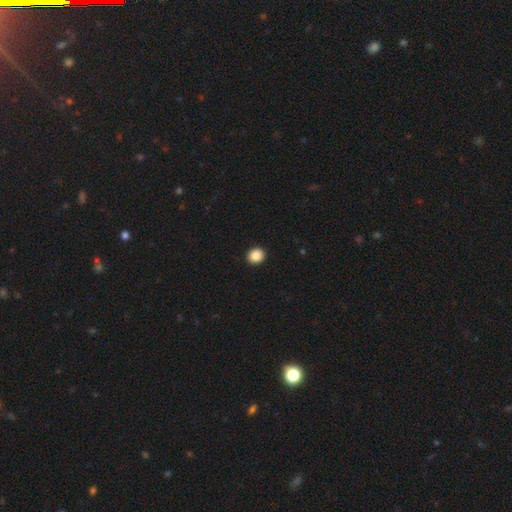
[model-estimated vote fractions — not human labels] Morphology: type=smooth (88%); roundness=round (76%); merging=none (93%).